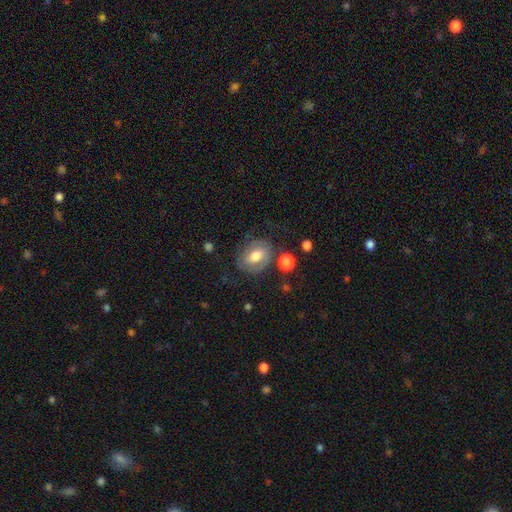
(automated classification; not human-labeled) The model was most divided on "smooth or featured" (2-way tie): smooth: 46%, featured or disk: 46%, star or artifact: 8%. More confident: merging — none (65%).